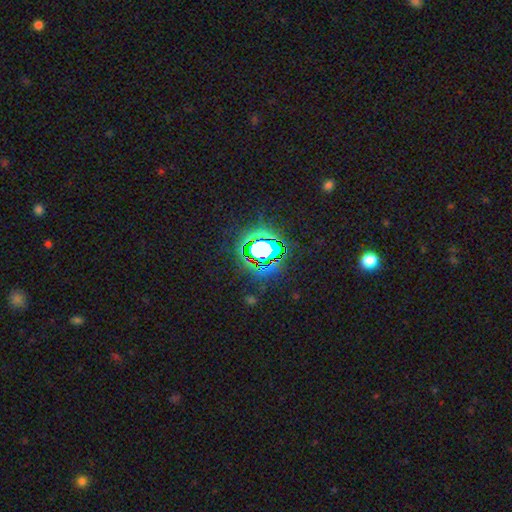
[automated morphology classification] This appears to be a star or artifact, not a galaxy (71%).